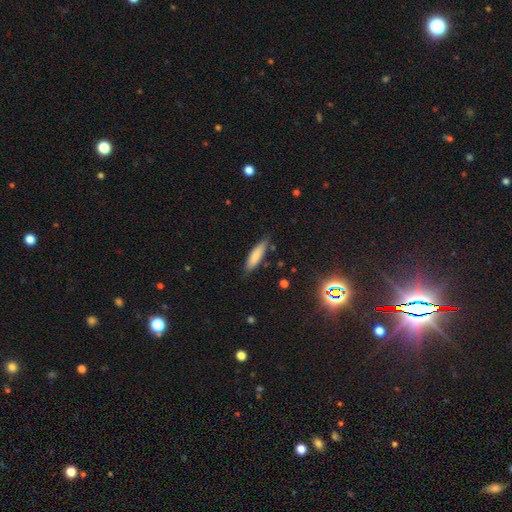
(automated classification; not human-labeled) The model was most divided on "how rounded": cigar-shaped: 61%, in between: 37%, round: 2%. More confident: smooth or featured — smooth (82%); merging — none (81%).